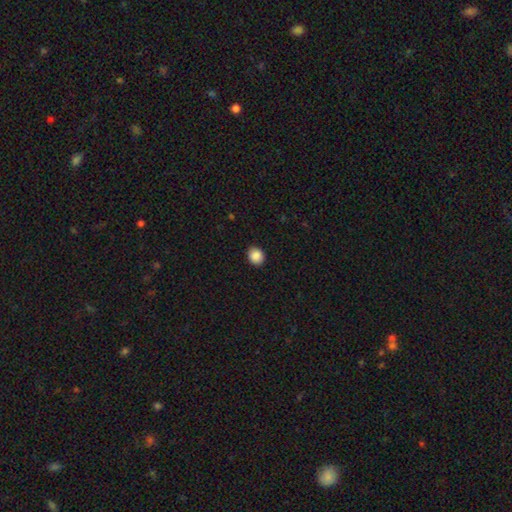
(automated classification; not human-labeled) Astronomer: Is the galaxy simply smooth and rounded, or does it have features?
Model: smooth — 88%.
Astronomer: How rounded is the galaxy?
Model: round — 70%.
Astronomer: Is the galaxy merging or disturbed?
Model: none — 91%.